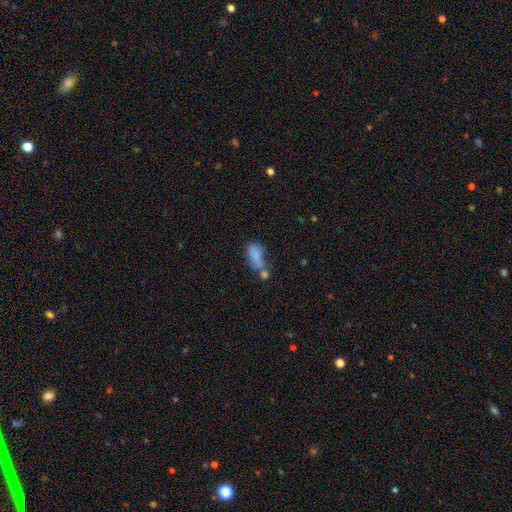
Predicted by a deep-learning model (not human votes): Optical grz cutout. It shows a smooth galaxy with no disk features (76%) that is in between round and cigar-shaped (85%). Merging: merger (46%).